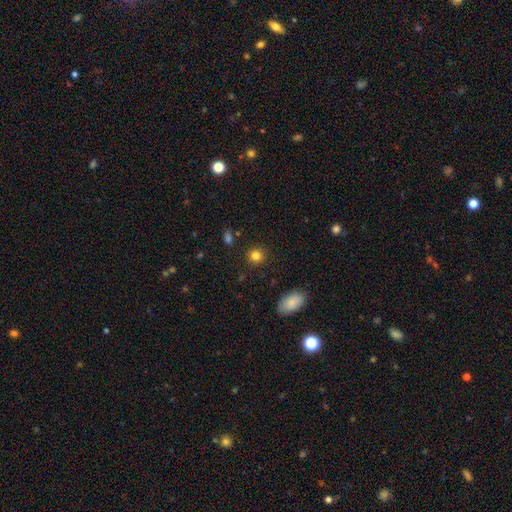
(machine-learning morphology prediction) A smooth galaxy with no disk features (83%) that is round (85%). Merging: none (89%).